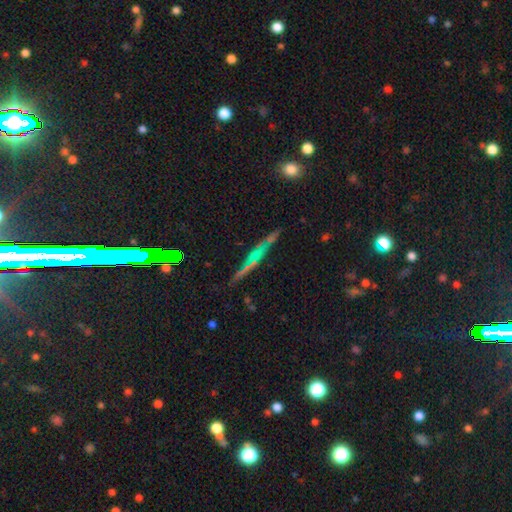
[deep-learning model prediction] This appears to be a featured or disk galaxy (41%). Merging: none (76%).